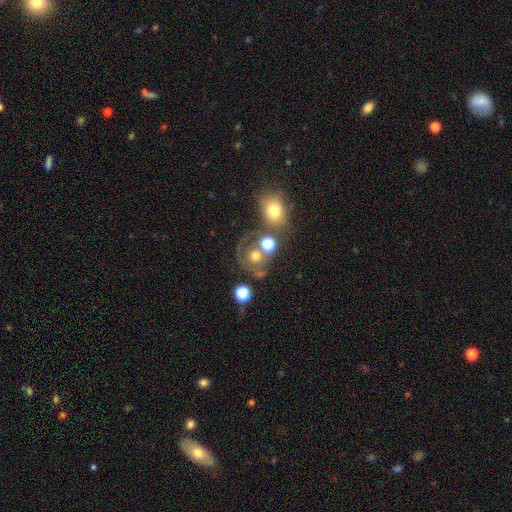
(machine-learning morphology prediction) The model was most divided on "merging": none: 43%, merger: 29%, major disturbance: 14%, minor disturbance: 14%. More confident: how rounded — round (78%); smooth or featured — smooth (52%).